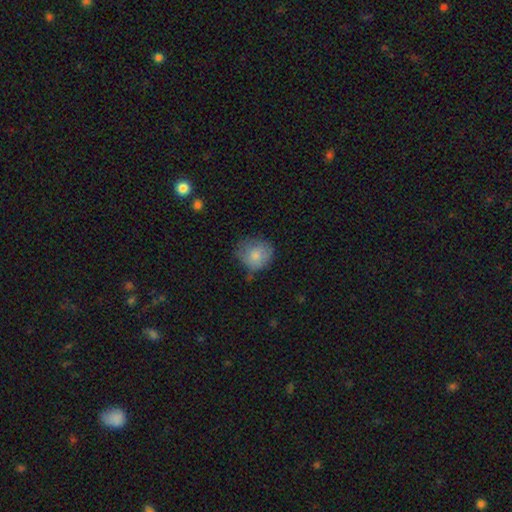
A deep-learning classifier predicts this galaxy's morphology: Q: Smooth or featured?
A: smooth (79%); runner-up: featured or disk (14%)
Q: How rounded?
A: round (77%); runner-up: in between (22%)
Q: Merging?
A: none (53%); runner-up: minor disturbance (34%)